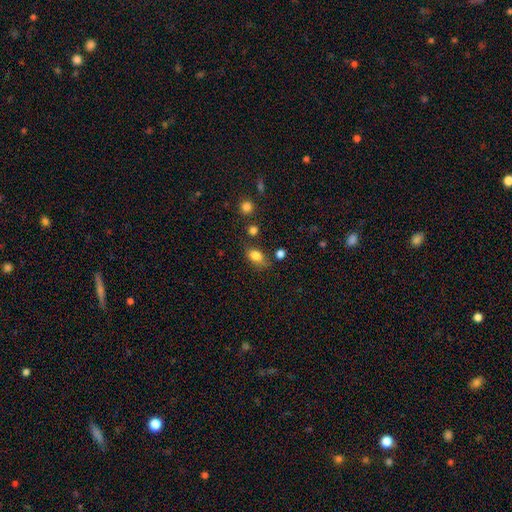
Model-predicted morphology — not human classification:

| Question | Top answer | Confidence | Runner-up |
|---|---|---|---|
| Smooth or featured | smooth | 82% | star or artifact (10%) |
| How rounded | in between | 78% | round (19%) |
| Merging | none | 64% | minor disturbance (23%) |